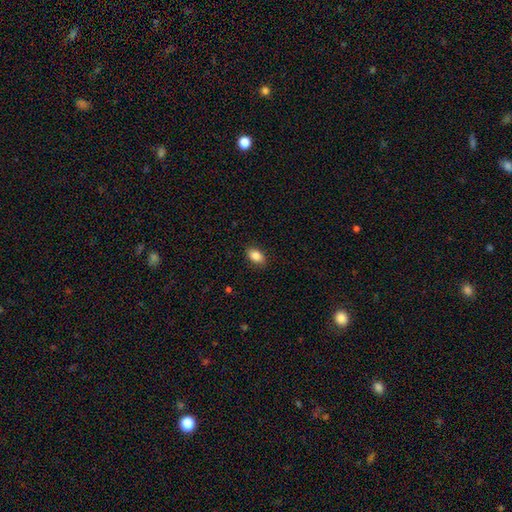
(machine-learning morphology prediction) Overall: smooth (86%). How rounded: in between (89%). Merging: none (87%).